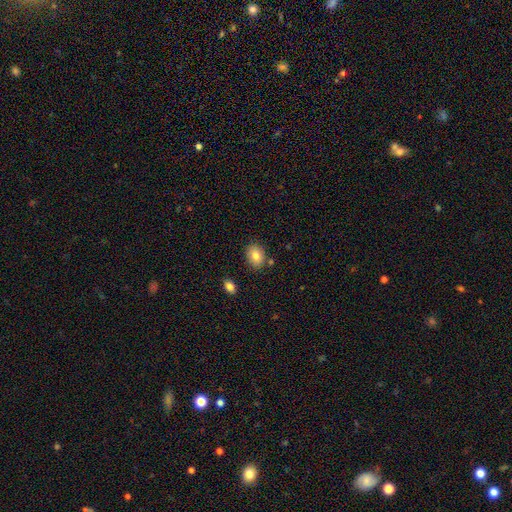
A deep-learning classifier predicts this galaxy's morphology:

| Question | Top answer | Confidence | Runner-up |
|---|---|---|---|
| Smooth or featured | smooth | 82% | featured or disk (9%) |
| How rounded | in between | 65% | round (34%) |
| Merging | none | 81% | minor disturbance (12%) |